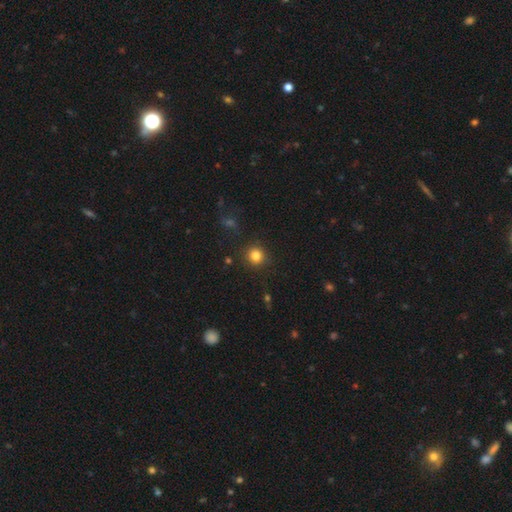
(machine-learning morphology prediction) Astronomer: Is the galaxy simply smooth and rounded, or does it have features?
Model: smooth — 82%.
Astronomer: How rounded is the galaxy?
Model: round — 91%.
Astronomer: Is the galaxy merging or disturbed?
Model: none — 88%.